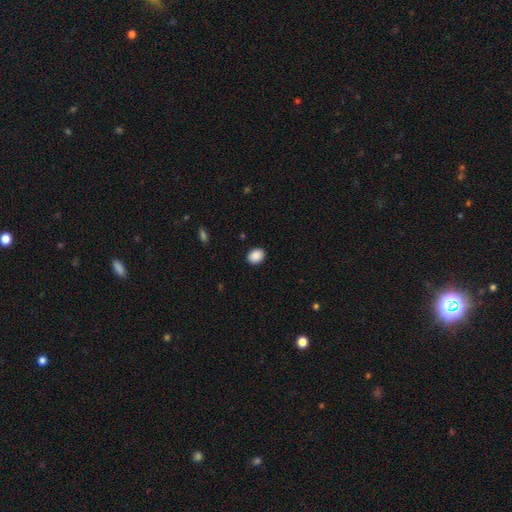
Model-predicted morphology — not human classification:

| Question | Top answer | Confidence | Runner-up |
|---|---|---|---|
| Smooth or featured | smooth | 89% | star or artifact (8%) |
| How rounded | in between | 55% | round (44%) |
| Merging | none | 90% | minor disturbance (7%) |